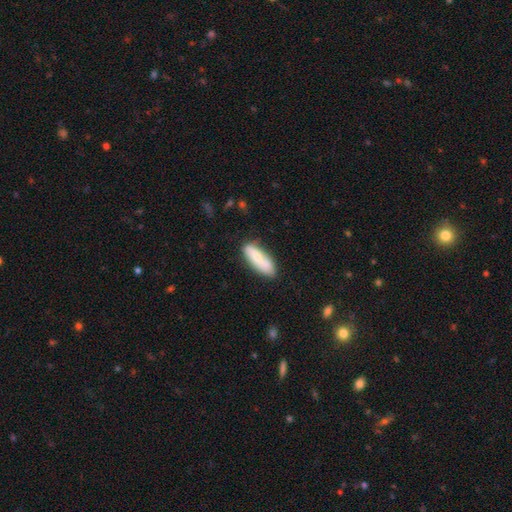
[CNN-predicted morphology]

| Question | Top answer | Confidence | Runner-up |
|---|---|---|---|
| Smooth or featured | smooth | 67% | featured or disk (27%) |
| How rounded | in between | 55% | cigar-shaped (43%) |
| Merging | none | 76% | minor disturbance (17%) |